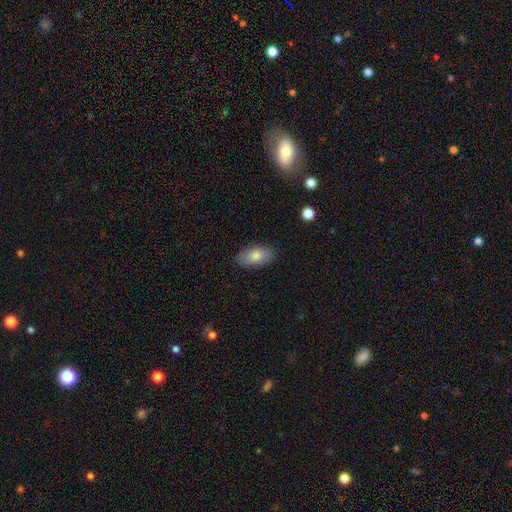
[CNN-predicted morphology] smooth-or-featured: smooth: 83% | featured or disk: 11% | star or artifact: 6%
  how-rounded: in between: 93% | round: 4% | cigar-shaped: 3%
  merging: none: 86% | minor disturbance: 10% | major disturbance: 2% | merger: 1%